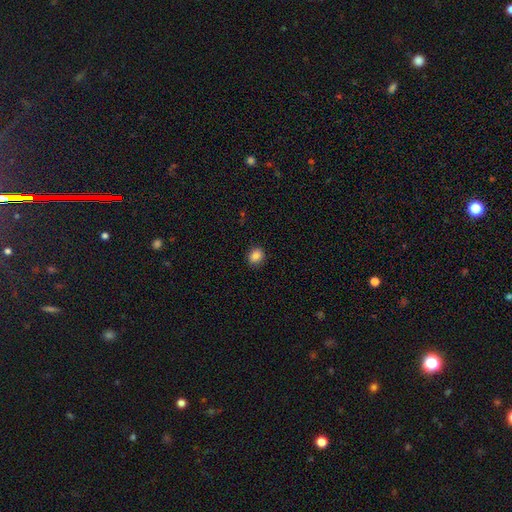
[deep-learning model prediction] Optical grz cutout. It shows a smooth galaxy with no disk features (86%) that is round (58%). Merging: none (88%).